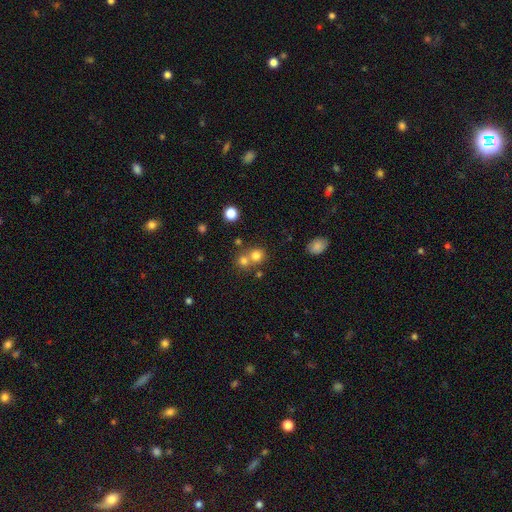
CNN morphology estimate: Smooth or featured? smooth (76%)
How rounded? round (86%)
Merging? none (48%)